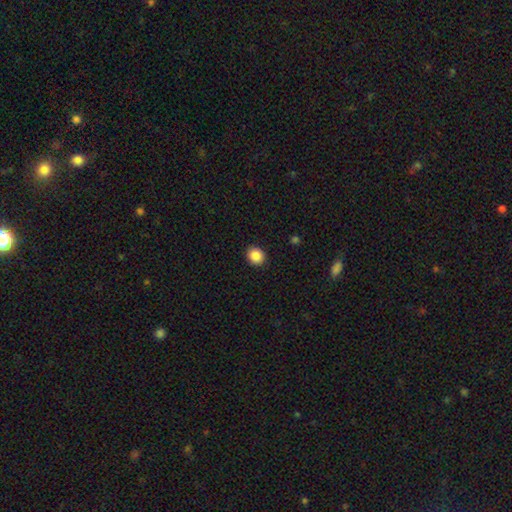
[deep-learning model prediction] Overall: smooth (87%). How rounded: round (77%). Merging: none (92%).